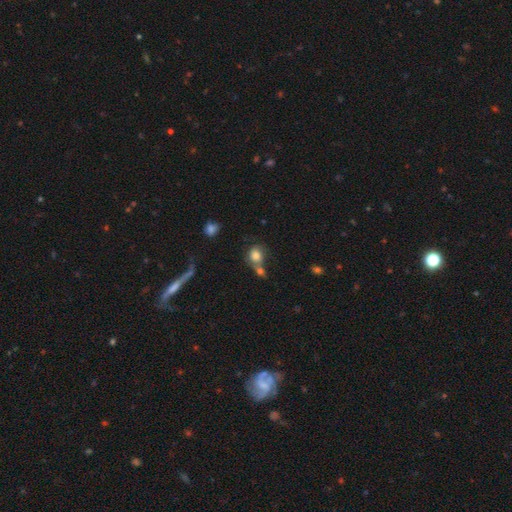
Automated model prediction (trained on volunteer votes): smooth_or_featured: smooth (p=0.79) [alt: featured or disk p=0.11]
how_rounded: round (p=0.66) [alt: in between p=0.33]
merging: merger (p=0.42) [alt: none p=0.38]